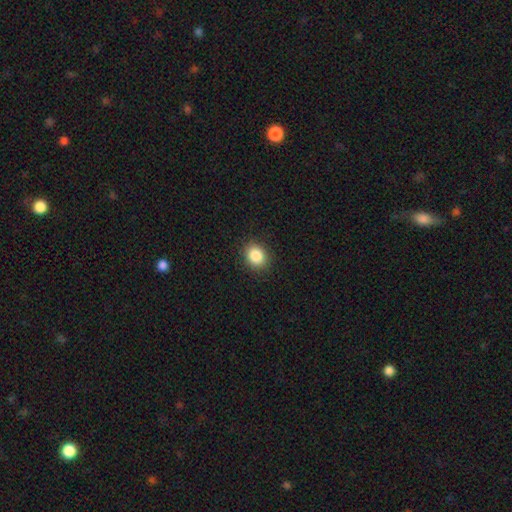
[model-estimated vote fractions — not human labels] Smooth or featured? Predicted: smooth (p=0.86). How rounded? Predicted: round (p=0.62). Merging? Predicted: none (p=0.90).